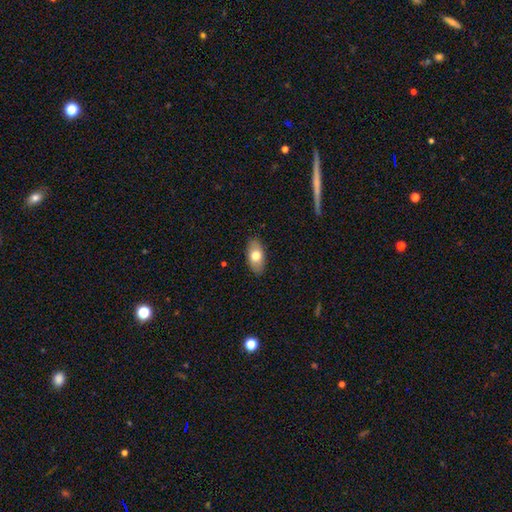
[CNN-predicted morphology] Smooth or featured? smooth (73%)
How rounded? in between (92%)
Merging? none (88%)